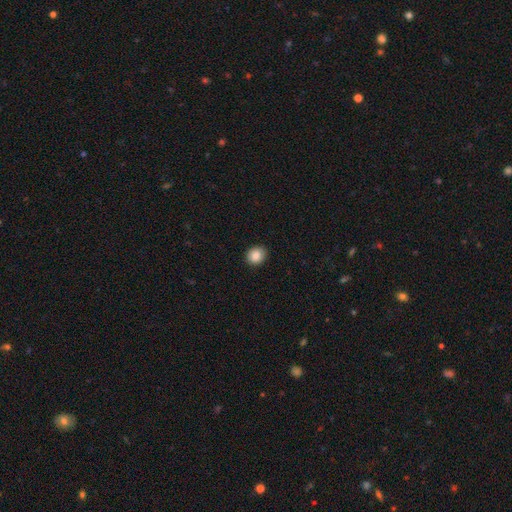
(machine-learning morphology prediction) smooth 87%, star or artifact 9%, featured or disk 5%. Down the decision tree: how rounded — round (77%); merging — none (91%).